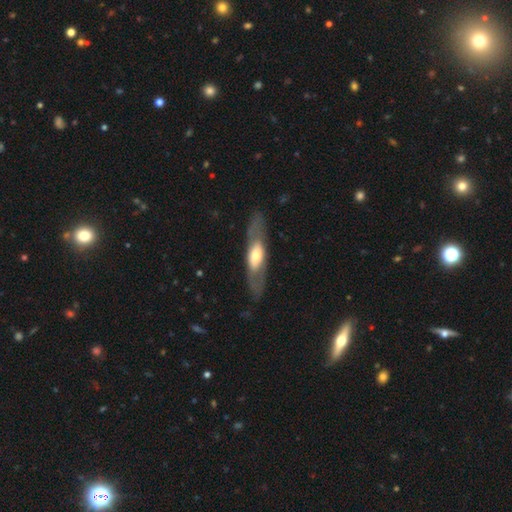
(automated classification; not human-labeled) Overall: featured or disk (56%; smooth 39%). Edge-on disk: no (56%; yes 44%). Merging: none (78%).